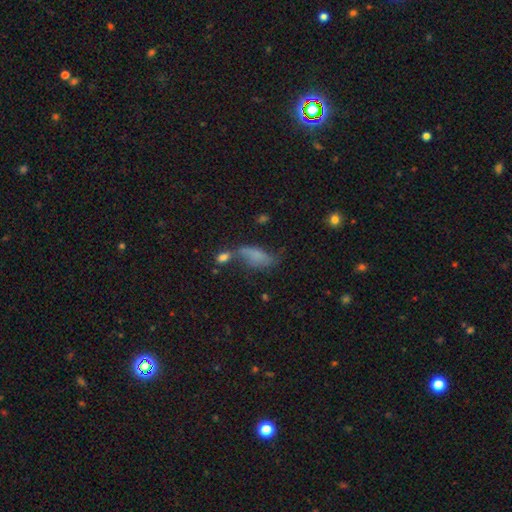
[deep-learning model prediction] Q: Smooth or featured?
A: smooth (65%); runner-up: featured or disk (23%)
Q: How rounded?
A: in between (78%); runner-up: cigar-shaped (17%)
Q: Merging?
A: none (32%); runner-up: merger (25%)